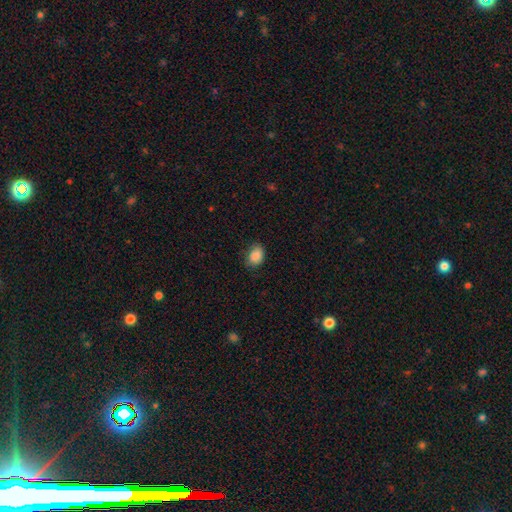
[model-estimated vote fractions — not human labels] Smooth or featured? smooth (88%)
How rounded? in between (72%)
Merging? none (73%)